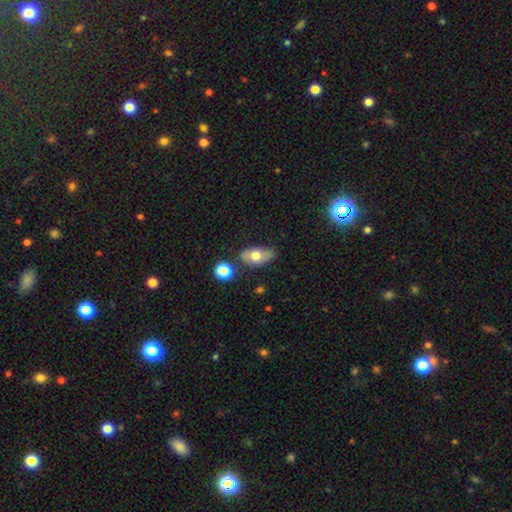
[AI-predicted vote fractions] Morphology: type=smooth (66%); roundness=in between (88%); merging=none (71%).